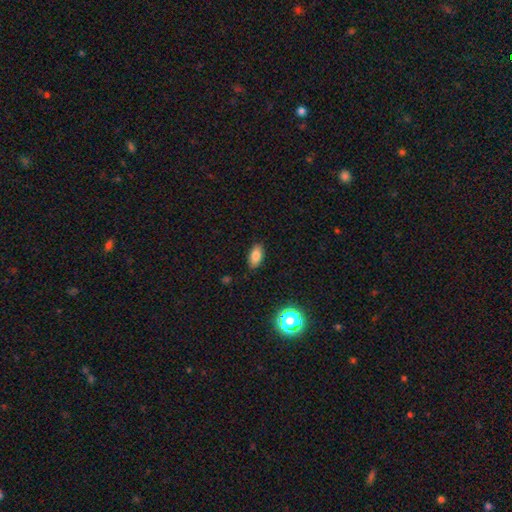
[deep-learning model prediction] smooth_or_featured: smooth (p=0.82) [alt: star or artifact p=0.10]
how_rounded: in between (p=0.91) [alt: round p=0.04]
merging: none (p=0.86) [alt: minor disturbance p=0.10]